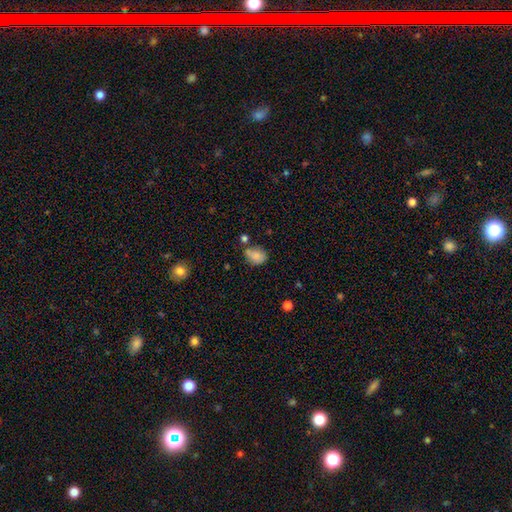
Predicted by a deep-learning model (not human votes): Smooth or featured?
  - smooth: 82% *
  - star or artifact: 10%
  - featured or disk: 8%
How rounded?
  - in between: 65% *
  - round: 34%
  - cigar-shaped: 1%
Merging?
  - none: 51% *
  - minor disturbance: 26%
  - merger: 16%
  - major disturbance: 8%